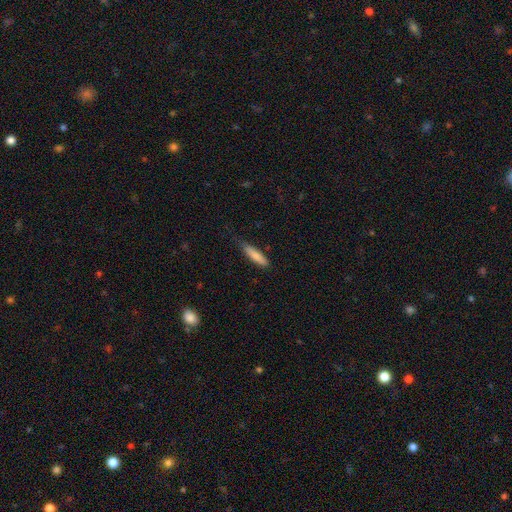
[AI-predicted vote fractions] Smooth or featured?
  - smooth: 81% *
  - featured or disk: 13%
  - star or artifact: 6%
How rounded?
  - cigar-shaped: 75% *
  - in between: 23%
  - round: 1%
Merging?
  - none: 69% *
  - minor disturbance: 25%
  - major disturbance: 4%
  - merger: 2%